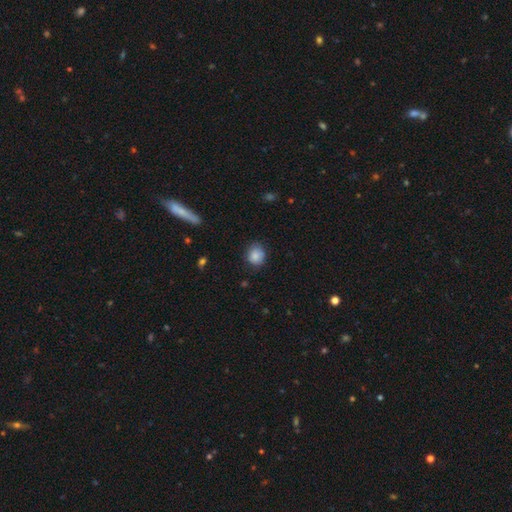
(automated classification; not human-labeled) A smooth galaxy with no disk features (84%) that is round (74%).

Vote fractions:
- Smooth or featured? smooth: 84% / star or artifact: 9% / featured or disk: 7%
- How rounded? round: 74% / in between: 25% / cigar-shaped: 1%
- Merging? none: 73% / minor disturbance: 21% / major disturbance: 4% / merger: 1%